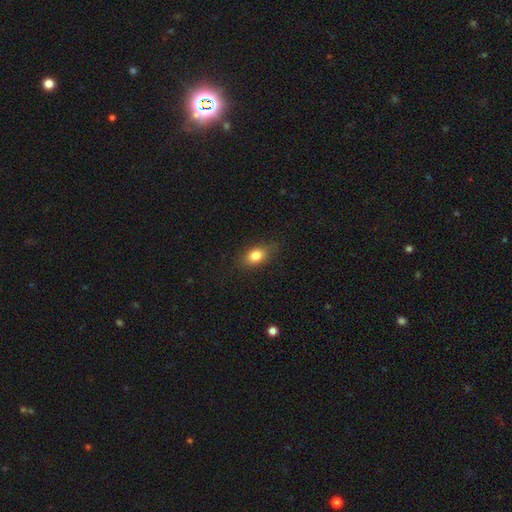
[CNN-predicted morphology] A smooth galaxy with no disk features (81%) that is in between round and cigar-shaped (76%). Merging: none (79%).